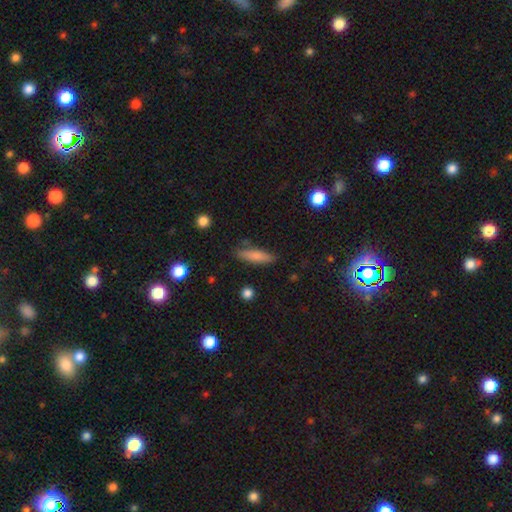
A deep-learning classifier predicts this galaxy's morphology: smooth-or-featured: smooth: 79% | featured or disk: 14% | star or artifact: 7%
  how-rounded: cigar-shaped: 68% | in between: 30% | round: 2%
  merging: none: 82% | minor disturbance: 13% | major disturbance: 3% | merger: 3%